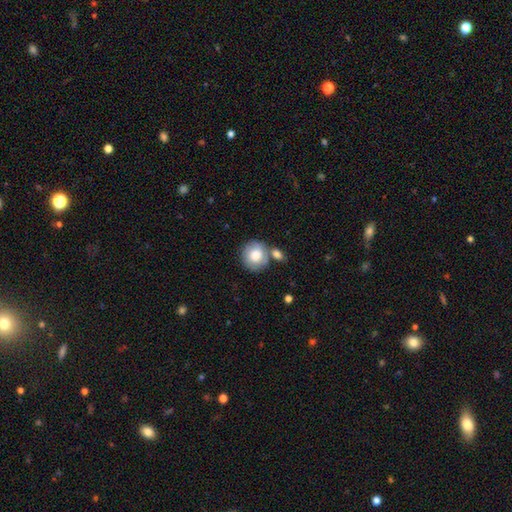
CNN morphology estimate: A smooth galaxy with no disk features (76%) that is round (86%).

Vote fractions:
- Smooth or featured? smooth: 76% / featured or disk: 17% / star or artifact: 7%
- How rounded? round: 86% / in between: 13% / cigar-shaped: 1%
- Merging? none: 61% / merger: 20% / minor disturbance: 14% / major disturbance: 5%